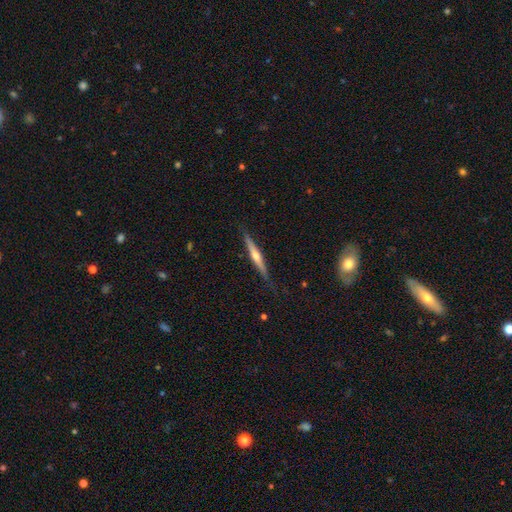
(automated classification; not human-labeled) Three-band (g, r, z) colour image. It shows a featured or disk galaxy (68%) viewed edge-on (97%) with a rounded central bulge (86%). Merging: none (83%).